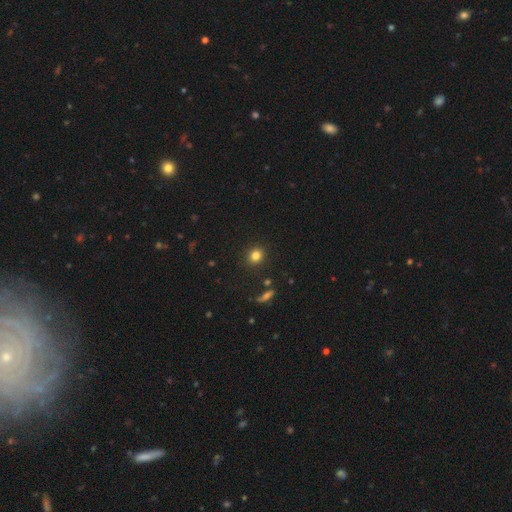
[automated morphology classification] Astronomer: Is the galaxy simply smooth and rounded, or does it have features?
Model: smooth — 82%.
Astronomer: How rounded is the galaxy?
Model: round — 73%.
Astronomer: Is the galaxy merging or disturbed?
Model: none — 89%.